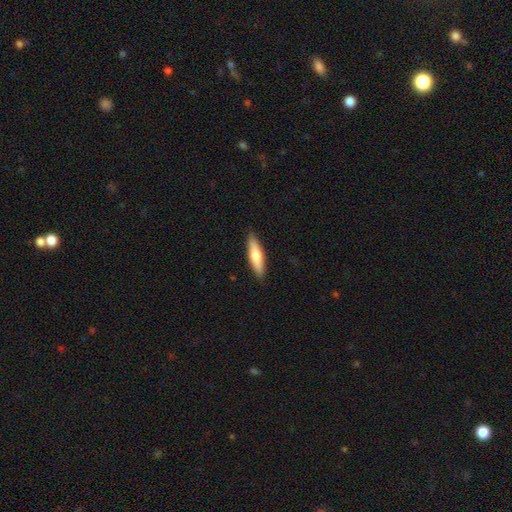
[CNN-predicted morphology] A smooth galaxy with no disk features (68%) that is cigar-shaped (73%).

Vote fractions:
- Smooth or featured? smooth: 68% / featured or disk: 27% / star or artifact: 5%
- How rounded? cigar-shaped: 73% / in between: 26% / round: 2%
- Merging? none: 89% / minor disturbance: 8% / major disturbance: 2% / merger: 1%